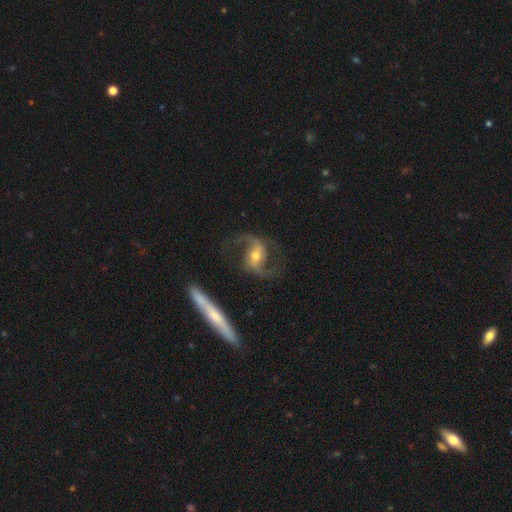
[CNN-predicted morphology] Smooth or featured? featured or disk (89%)
Edge-on disk? no (96%)
Bar? strong (40%)
Spiral arms? yes (97%)
Spiral winding? loose (55%)
Spiral arm count? 2 (93%)
Bulge size? moderate (61%)
Merging? none (77%)